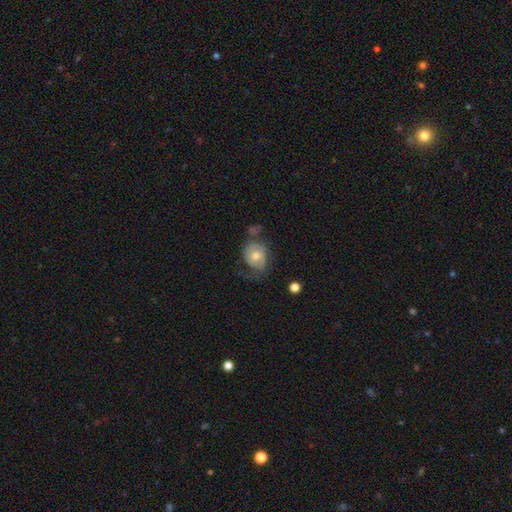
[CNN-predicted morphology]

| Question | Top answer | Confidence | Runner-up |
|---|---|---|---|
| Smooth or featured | featured or disk | 60% | smooth (33%) |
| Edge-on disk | no | 97% | yes (3%) |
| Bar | no | 71% | weak (25%) |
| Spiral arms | yes | 82% | no (18%) |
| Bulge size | moderate | 69% | small (19%) |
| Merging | none | 43% | major disturbance (27%) |